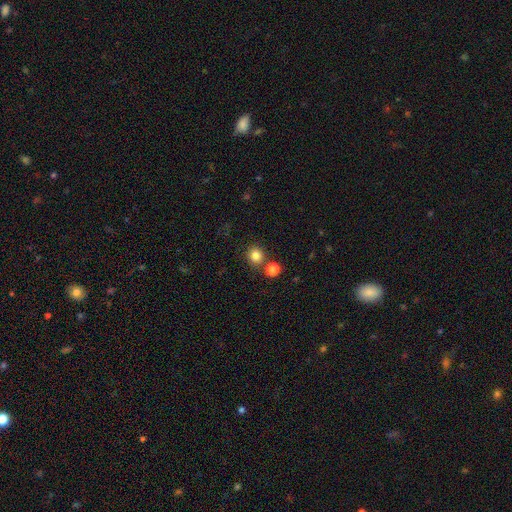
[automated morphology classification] Smooth or featured? smooth (82%)
How rounded? round (87%)
Merging? none (78%)